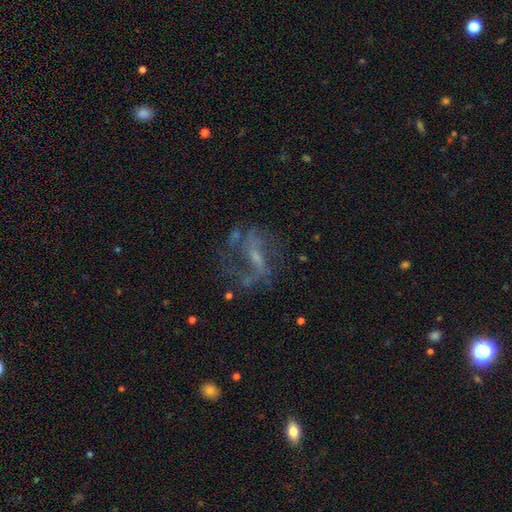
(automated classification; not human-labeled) featured or disk 74%, star or artifact 14%, smooth 13%. Down the decision tree: edge-on disk — no (93%); bar — weak (43%); spiral arms — yes (78%); spiral arm count — 2 (73%); spiral winding — loose (55%); bulge size — small (56%); merging — none (56%).